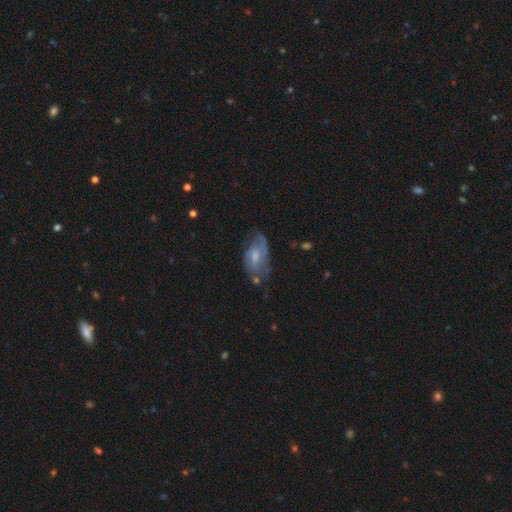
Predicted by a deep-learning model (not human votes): smooth_or_featured: featured or disk (p=0.59) [alt: smooth p=0.33]
disk_edge_on: no (p=0.92) [alt: yes p=0.08]
bar: weak (p=0.49) [alt: no p=0.39]
has_spiral_arms: yes (p=0.72) [alt: no p=0.28]
bulge_size: moderate (p=0.39) [alt: small p=0.36]
merging: none (p=0.48) [alt: minor disturbance p=0.29]